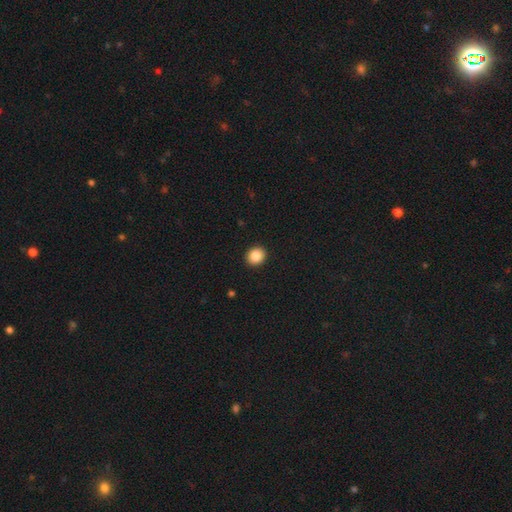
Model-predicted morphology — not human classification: A smooth galaxy with no disk features (87%) that is round (77%). Merging: none (93%).